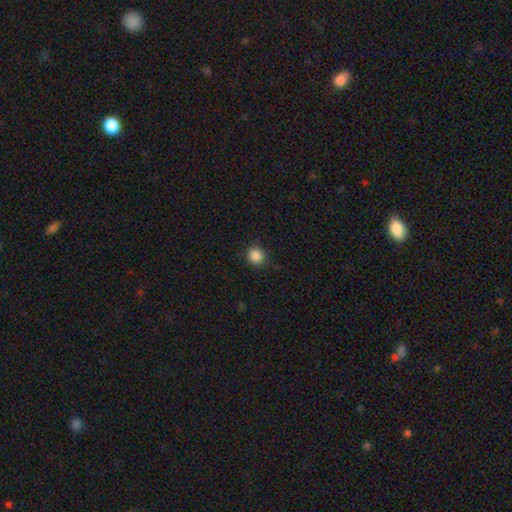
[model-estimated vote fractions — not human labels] Q: Smooth or featured?
A: smooth (87%); runner-up: star or artifact (10%)
Q: How rounded?
A: round (88%); runner-up: in between (12%)
Q: Merging?
A: none (88%); runner-up: minor disturbance (9%)